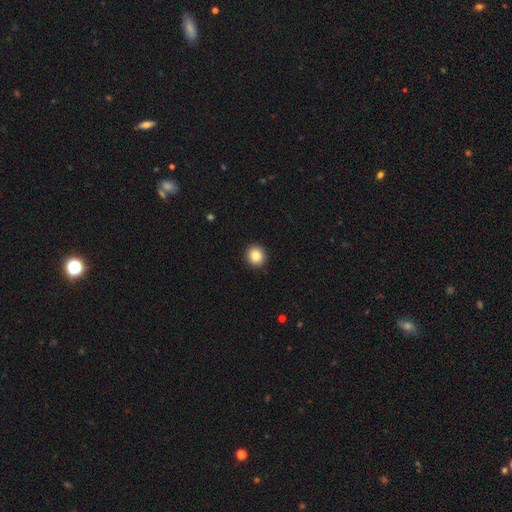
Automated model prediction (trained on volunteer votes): This is clearly a smooth galaxy (87%). How rounded: clearly round (90%). Merging: clearly none (92%).